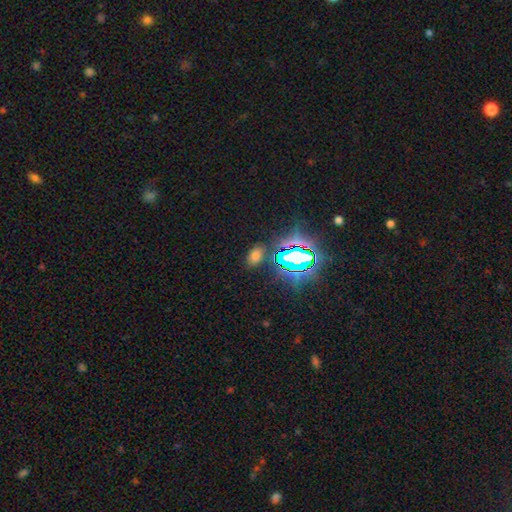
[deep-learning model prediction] smooth 58%, star or artifact 35%, featured or disk 7%. Down the decision tree: how rounded — in between (83%); merging — none (83%).